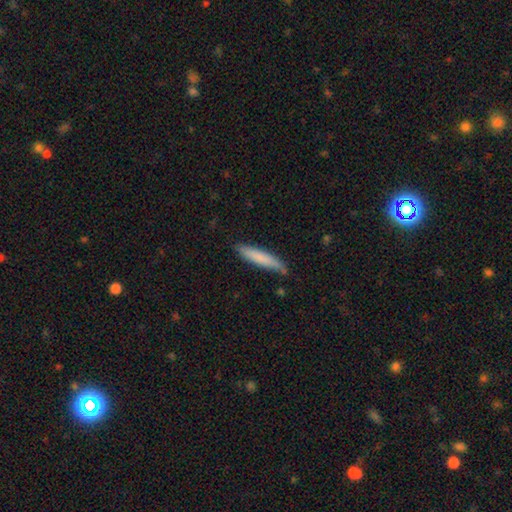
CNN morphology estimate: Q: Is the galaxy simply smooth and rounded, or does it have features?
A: smooth — 77%.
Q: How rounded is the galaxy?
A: cigar-shaped — 89%.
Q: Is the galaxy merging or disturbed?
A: none — 79%.